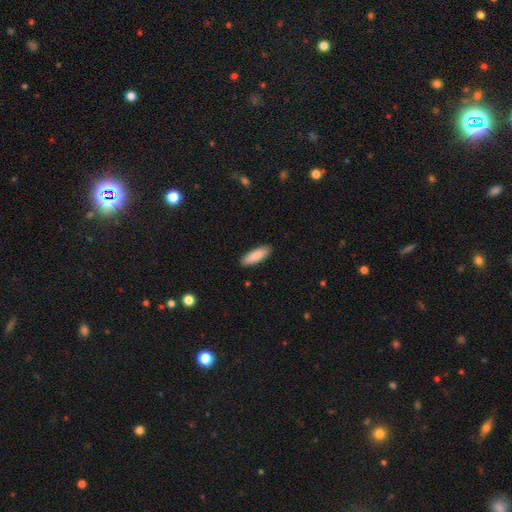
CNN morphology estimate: This appears to be a smooth galaxy with no disk features (88%) that is in between round and cigar-shaped (56%). Merging: none (90%).